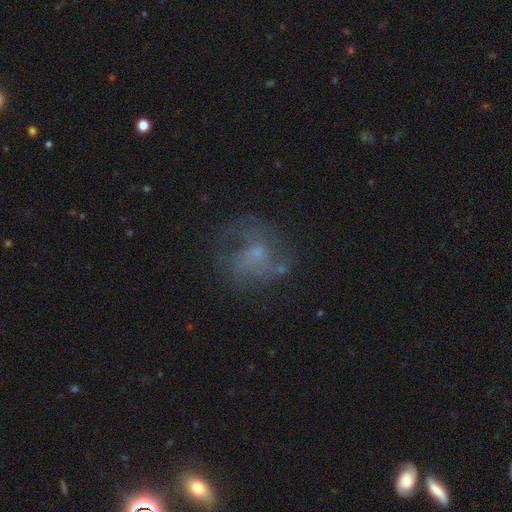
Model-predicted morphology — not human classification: This is possibly a featured or disk galaxy (58%). It is clearly not viewed edge-on (98%). Bar: likely no (75%). Spiral arm pattern: possibly yes (59%). Central bulge: possibly small (57%). Merging: possibly none (52%).